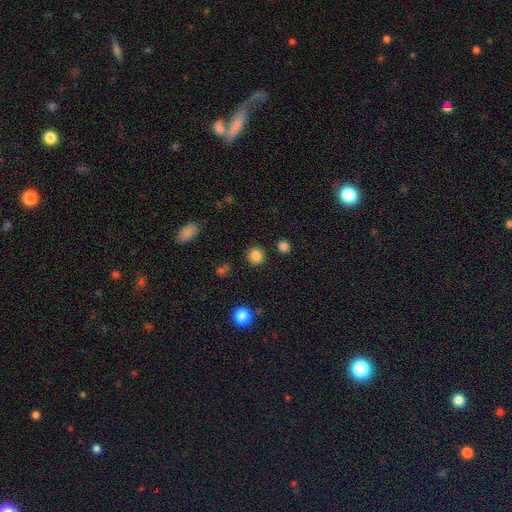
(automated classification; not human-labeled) smooth 85%, star or artifact 11%, featured or disk 4%. Down the decision tree: how rounded — round (92%); merging — none (90%).